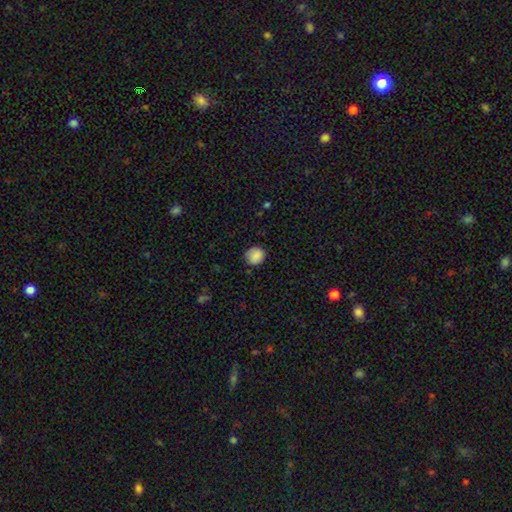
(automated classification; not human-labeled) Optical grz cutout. It shows a smooth galaxy with no disk features (86%) that is round (83%). Merging: none (82%).